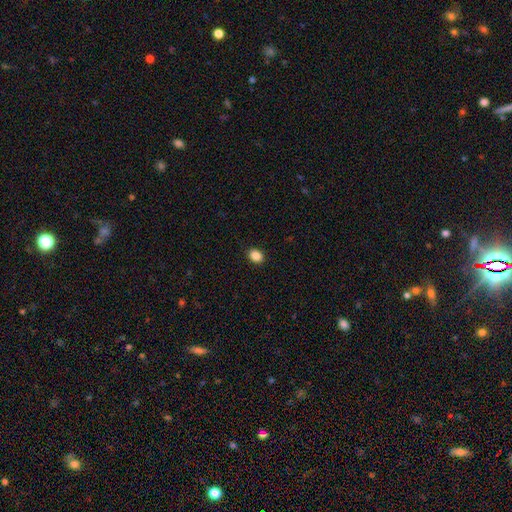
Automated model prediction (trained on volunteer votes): Smooth or featured? smooth (87%)
How rounded? in between (63%)
Merging? none (90%)